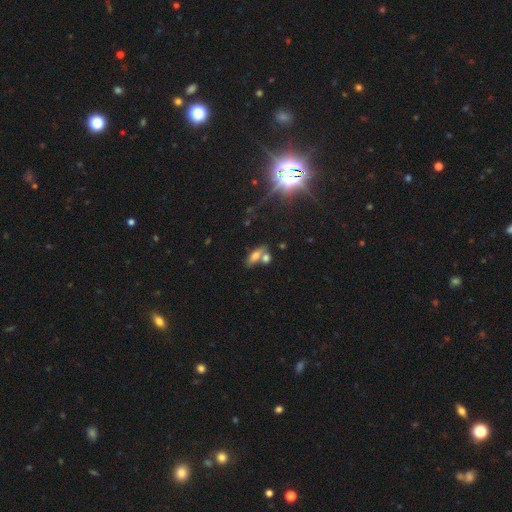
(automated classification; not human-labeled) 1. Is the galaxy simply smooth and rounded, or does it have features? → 60% smooth, 25% featured or disk, 14% star or artifact.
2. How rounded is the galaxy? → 70% in between, 24% cigar-shaped, 6% round.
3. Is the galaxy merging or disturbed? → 46% none, 38% merger, 11% minor disturbance, 5% major disturbance.